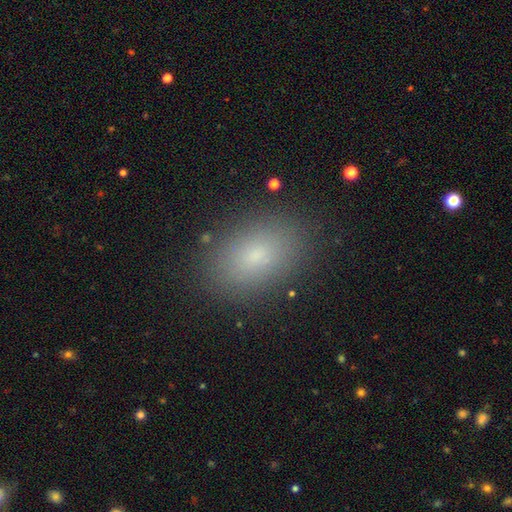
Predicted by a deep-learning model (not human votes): Overall: smooth (77%). How rounded: in between (85%). Merging: none (86%).